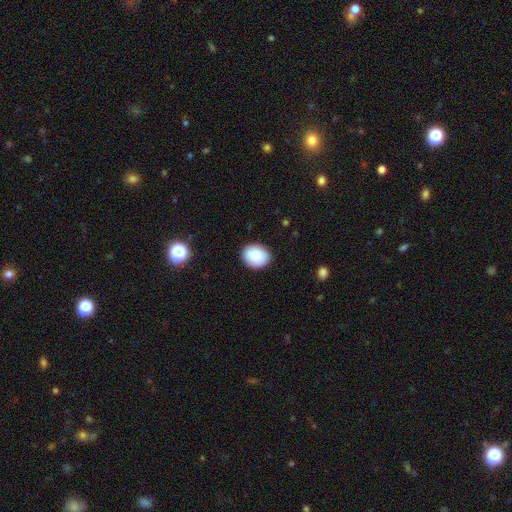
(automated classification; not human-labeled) The model was most divided on "how rounded": round: 54%, in between: 45%, cigar-shaped: 1%. More confident: merging — none (89%); smooth or featured — smooth (85%).